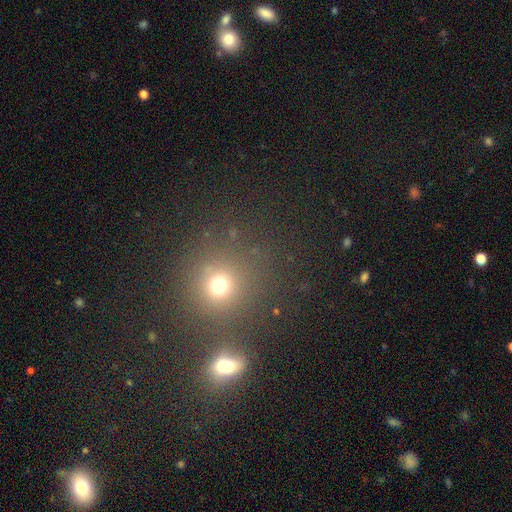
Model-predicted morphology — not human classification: A smooth galaxy with no disk features (52%) that is round (90%). Merging: none (70%).